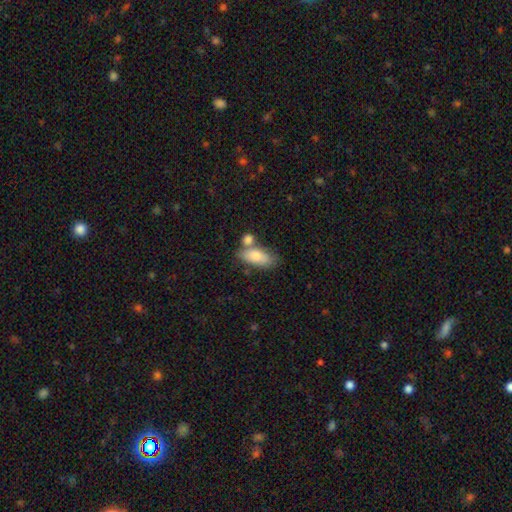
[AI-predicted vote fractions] Q: Smooth or featured?
A: smooth (78%); runner-up: featured or disk (15%)
Q: How rounded?
A: in between (81%); runner-up: cigar-shaped (15%)
Q: Merging?
A: none (55%); runner-up: merger (25%)